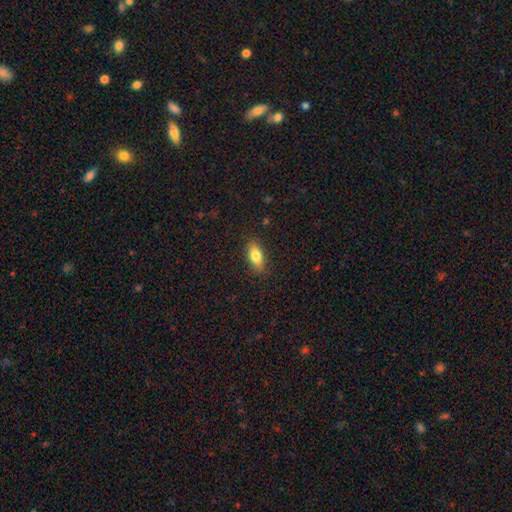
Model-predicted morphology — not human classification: A smooth galaxy with no disk features (76%) that is in between round and cigar-shaped (81%). Merging: none (87%).